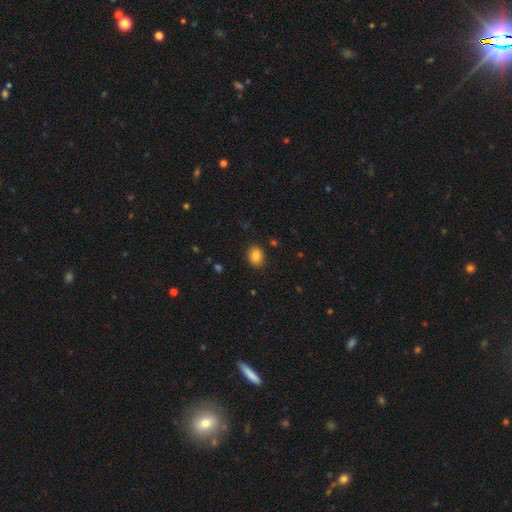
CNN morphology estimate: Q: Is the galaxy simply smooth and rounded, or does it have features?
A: smooth — 85%.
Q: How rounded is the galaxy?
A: in between — 55%.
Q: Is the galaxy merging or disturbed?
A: none — 89%.